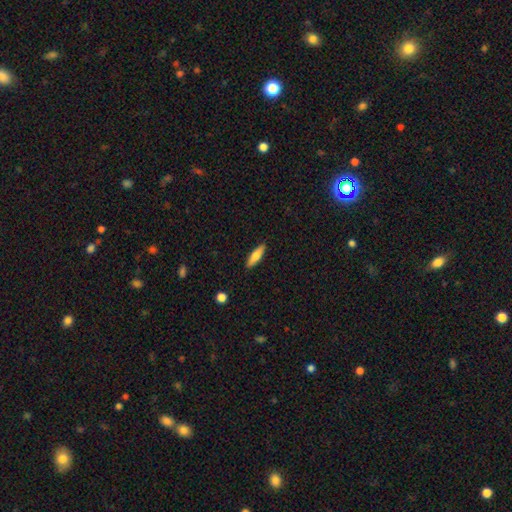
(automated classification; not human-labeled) smooth 71%, featured or disk 23%, star or artifact 6%. Down the decision tree: how rounded — cigar-shaped (64%); merging — none (89%).